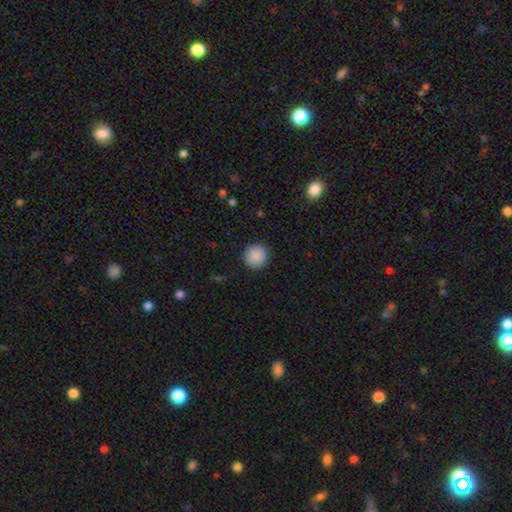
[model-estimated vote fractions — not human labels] Smooth or featured?
  - smooth: 90% *
  - star or artifact: 7%
  - featured or disk: 3%
How rounded?
  - round: 94% *
  - in between: 5%
  - cigar-shaped: 1%
Merging?
  - none: 92% *
  - minor disturbance: 6%
  - major disturbance: 2%
  - merger: 1%